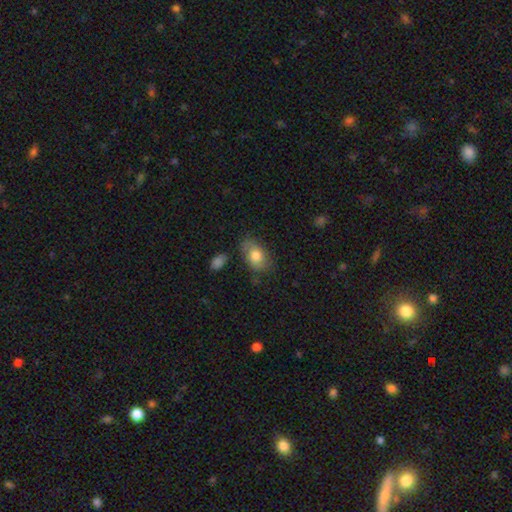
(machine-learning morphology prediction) Overall: smooth (77%). How rounded: in between (87%). Merging: none (68%).